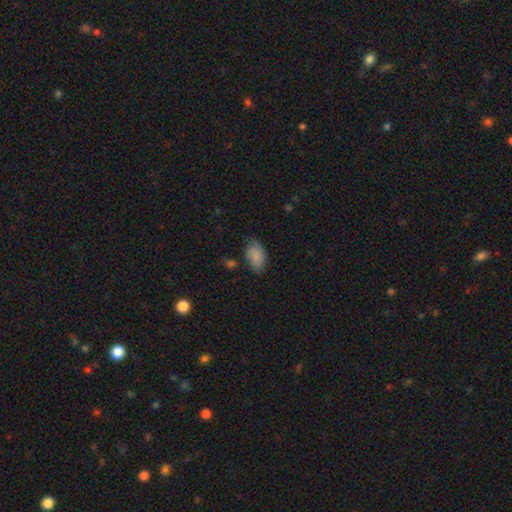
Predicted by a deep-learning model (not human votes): smooth 77%, featured or disk 15%, star or artifact 8%. Down the decision tree: how rounded — in between (92%); merging — none (57%).